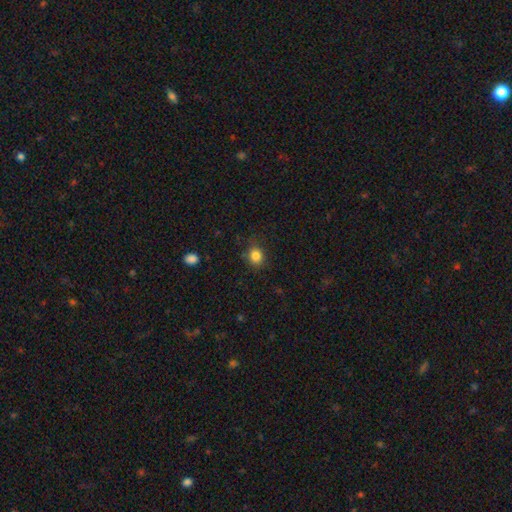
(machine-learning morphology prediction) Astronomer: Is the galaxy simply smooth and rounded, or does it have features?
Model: smooth — 84%.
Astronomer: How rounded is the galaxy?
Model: round — 65%.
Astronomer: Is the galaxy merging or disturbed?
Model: none — 79%.